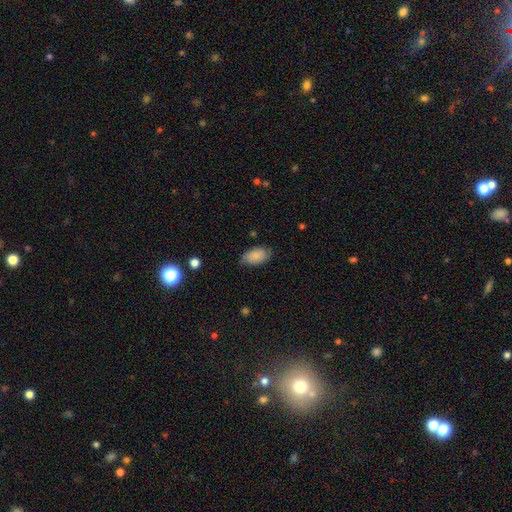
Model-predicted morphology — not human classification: type=smooth (85%); roundness=in between (94%); merging=none (76%).